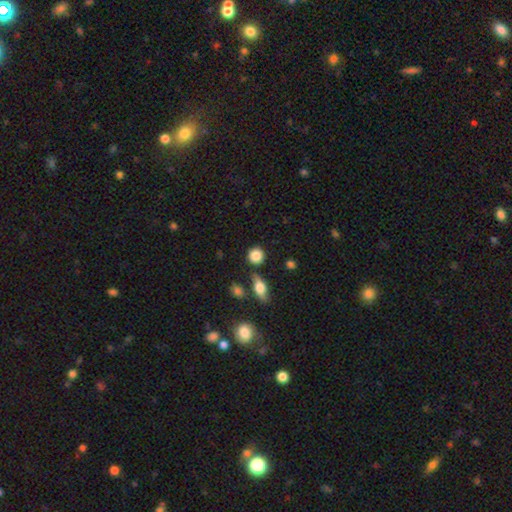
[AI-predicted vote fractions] A smooth galaxy with no disk features (85%) that is round (88%). Merging: none (80%).